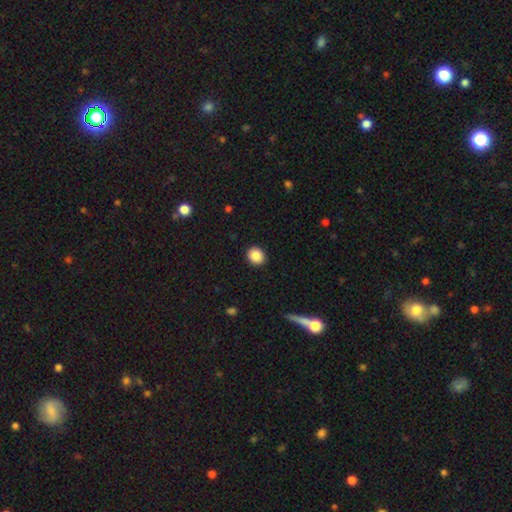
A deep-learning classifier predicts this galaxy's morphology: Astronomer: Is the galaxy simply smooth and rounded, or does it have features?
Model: smooth — 88%.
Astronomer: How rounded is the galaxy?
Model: round — 78%.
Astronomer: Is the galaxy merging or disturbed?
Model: none — 92%.